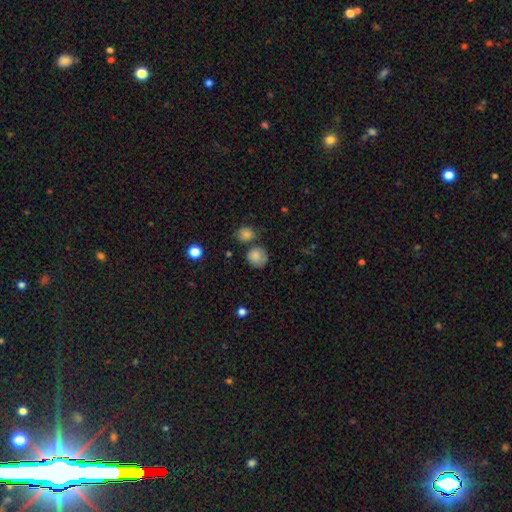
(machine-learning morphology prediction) Smooth or featured?
  - smooth: 82% *
  - star or artifact: 10%
  - featured or disk: 7%
How rounded?
  - round: 83% *
  - in between: 16%
  - cigar-shaped: 1%
Merging?
  - none: 59% *
  - minor disturbance: 19%
  - merger: 16%
  - major disturbance: 6%